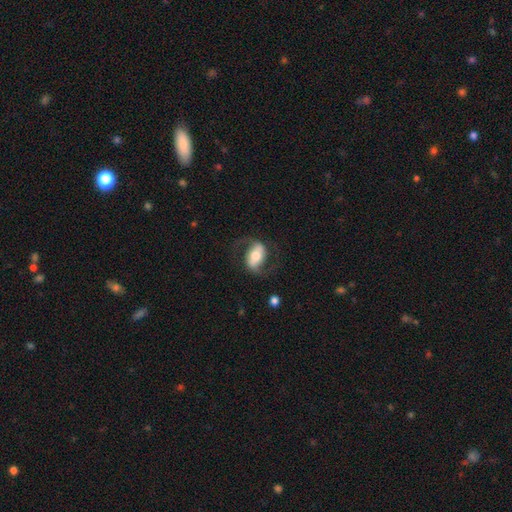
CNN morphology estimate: This appears to be a featured or disk galaxy (68%) with a strong bar (49%), 2 (90%) loose (45%) spiral arms (86%) and a moderate central bulge (60%). Merging: none (68%).